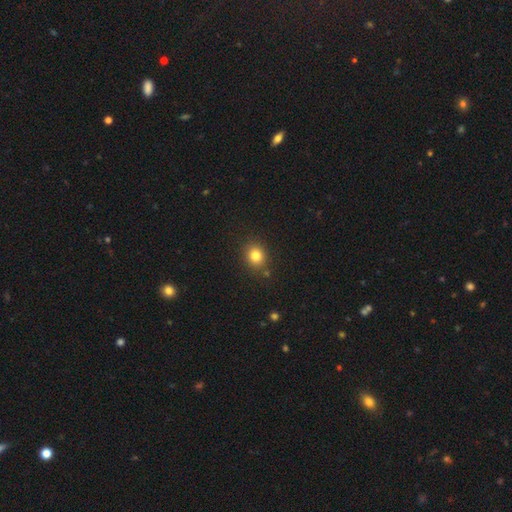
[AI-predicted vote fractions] The model was most divided on "how rounded": round: 76%, in between: 24%, cigar-shaped: 1%. More confident: merging — none (84%); smooth or featured — smooth (81%).